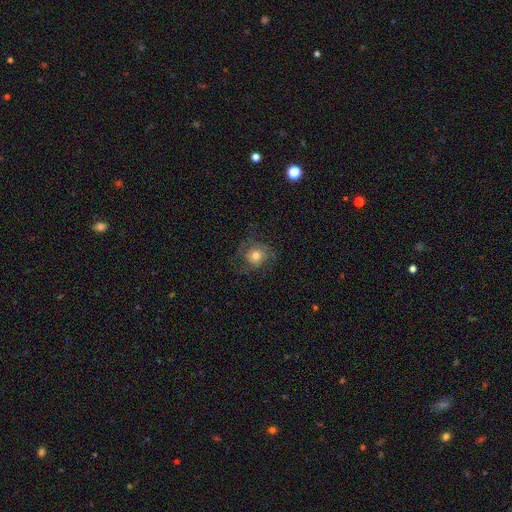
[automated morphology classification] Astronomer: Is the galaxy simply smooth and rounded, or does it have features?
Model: featured or disk — 52% (runner-up: smooth, 39%).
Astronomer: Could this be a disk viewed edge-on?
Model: no — 97%.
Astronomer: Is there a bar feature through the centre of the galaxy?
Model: no — 81%.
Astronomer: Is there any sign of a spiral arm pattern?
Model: yes — 83%.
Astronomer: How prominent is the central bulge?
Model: moderate — 64%.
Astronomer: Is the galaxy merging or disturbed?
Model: none — 62%.